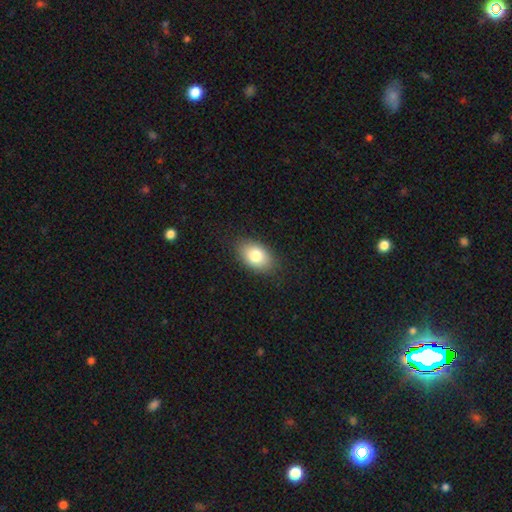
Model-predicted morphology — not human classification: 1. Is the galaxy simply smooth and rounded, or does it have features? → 81% smooth, 12% featured or disk, 8% star or artifact.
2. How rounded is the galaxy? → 87% in between, 11% round, 1% cigar-shaped.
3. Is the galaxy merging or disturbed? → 86% none, 10% minor disturbance, 3% major disturbance, 1% merger.